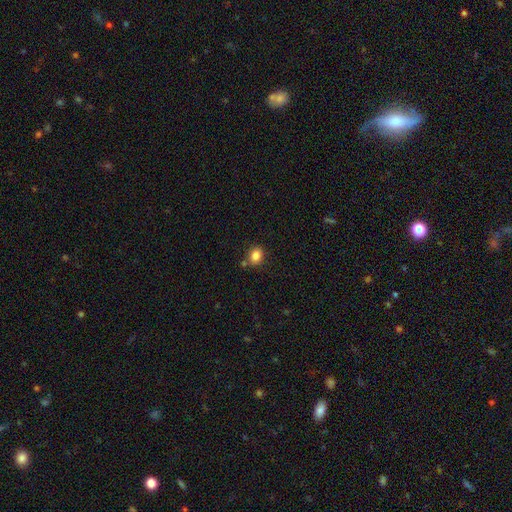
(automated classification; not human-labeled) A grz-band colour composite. It shows a smooth galaxy with no disk features (84%) that is round (51%). Merging: none (76%).